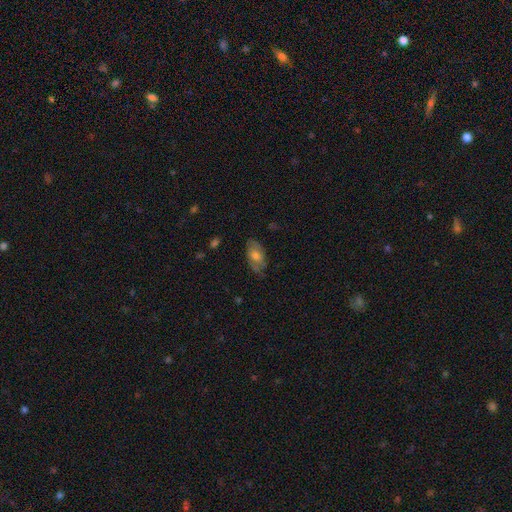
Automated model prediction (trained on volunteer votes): Q: Smooth or featured?
A: smooth (52%); runner-up: featured or disk (41%)
Q: How rounded?
A: in between (91%); runner-up: round (6%)
Q: Merging?
A: none (70%); runner-up: minor disturbance (21%)